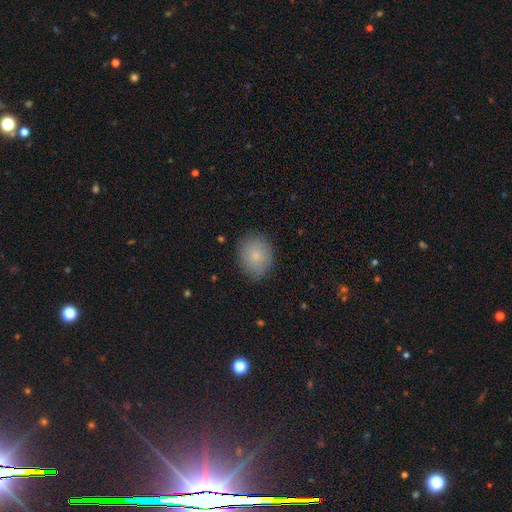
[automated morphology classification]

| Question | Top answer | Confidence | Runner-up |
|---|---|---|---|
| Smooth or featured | smooth | 77% | featured or disk (15%) |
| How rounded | round | 54% | in between (45%) |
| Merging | none | 80% | minor disturbance (16%) |